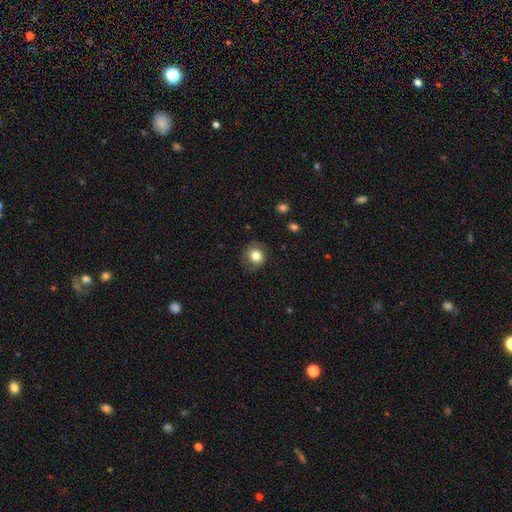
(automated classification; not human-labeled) Smooth or featured: smooth — 80% (featured or disk — 10%)
How rounded: round — 78% (in between — 21%)
Merging: none — 80% (minor disturbance — 14%)